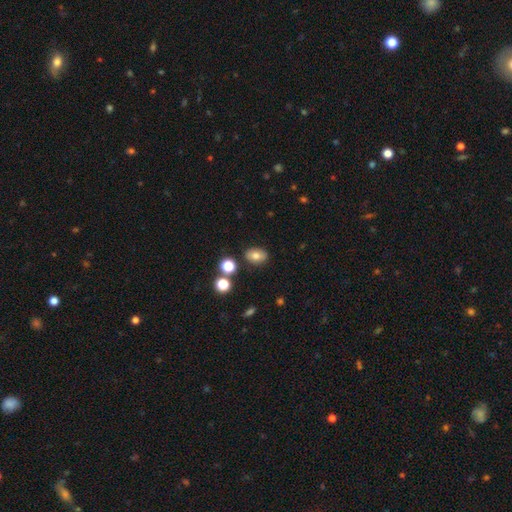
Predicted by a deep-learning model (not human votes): This appears to be a smooth galaxy with no disk features (75%) that is in between round and cigar-shaped (73%). Merging: none (83%).